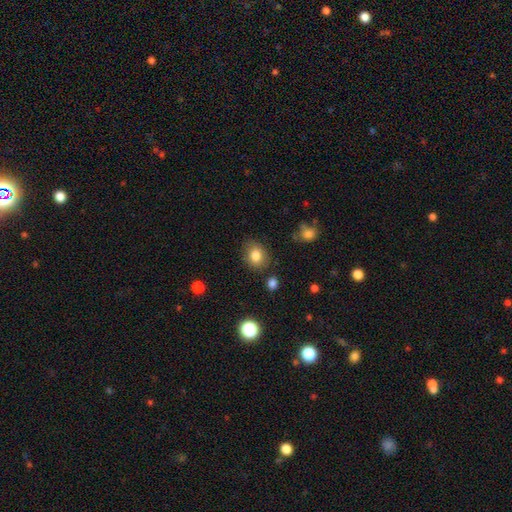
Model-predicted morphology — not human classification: This appears to be a smooth galaxy with no disk features (83%) that is round (56%). Merging: none (80%).